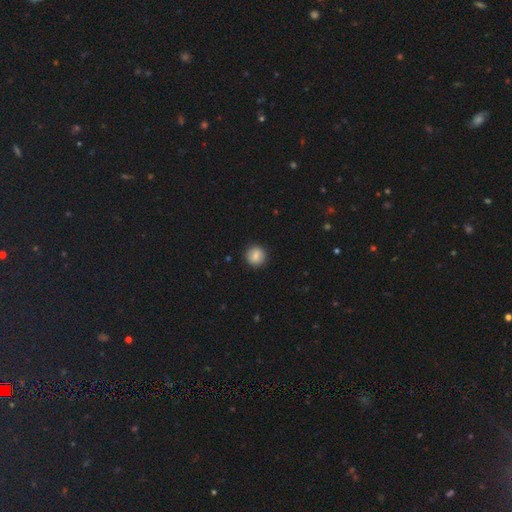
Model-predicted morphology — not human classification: type=smooth (80%); roundness=round (90%); merging=none (90%).